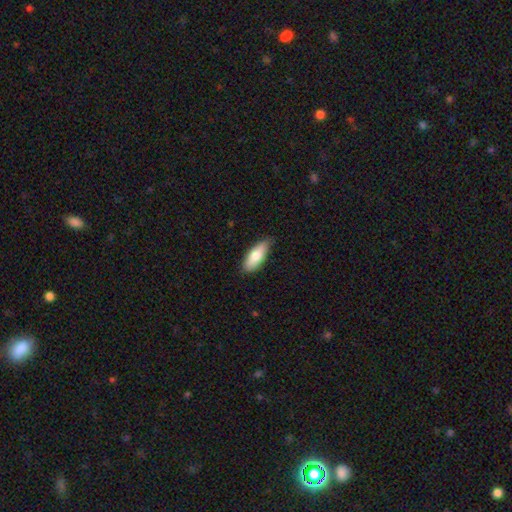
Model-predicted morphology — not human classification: A smooth galaxy with no disk features (78%) that is in between round and cigar-shaped (75%). Merging: none (80%).